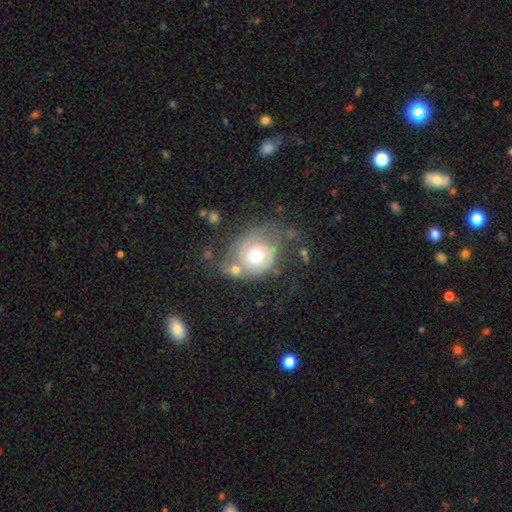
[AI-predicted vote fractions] Smooth or featured: featured or disk — 68% (smooth — 26%)
Edge-on disk: no — 97% (yes — 3%)
Bar: no — 81% (weak — 16%)
Spiral arms: yes — 80% (no — 20%)
Spiral winding: tight — 57% (medium — 30%)
Spiral arm count: 2 — 50% (1 — 23%)
Bulge size: moderate — 73% (large — 16%)
Merging: none — 39% (minor disturbance — 21%)